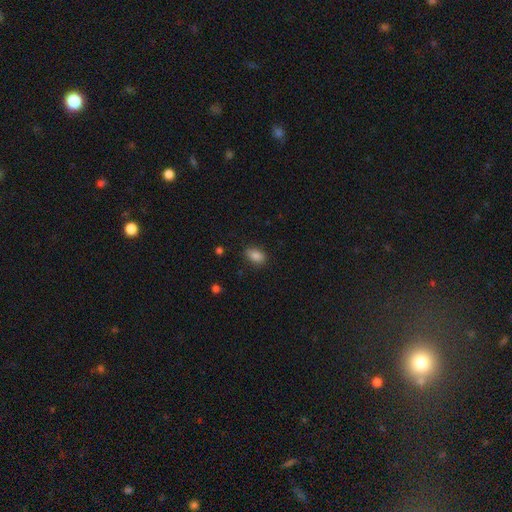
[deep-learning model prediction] Smooth or featured? Predicted: smooth (p=0.86). How rounded? Predicted: in between (p=0.85). Merging? Predicted: none (p=0.81).